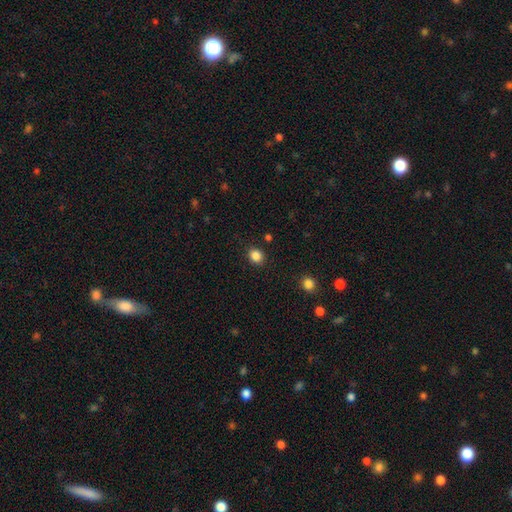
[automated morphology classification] Overall: smooth (86%). How rounded: round (62%; in between 37%). Merging: none (88%).